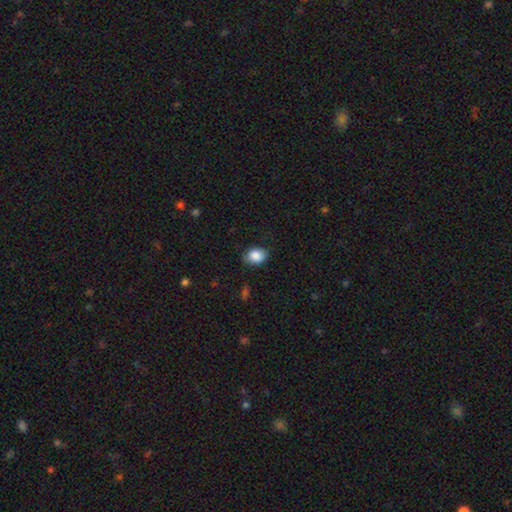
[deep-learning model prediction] Smooth or featured: smooth — 87% (star or artifact — 8%)
How rounded: in between — 64% (round — 35%)
Merging: none — 79% (minor disturbance — 17%)